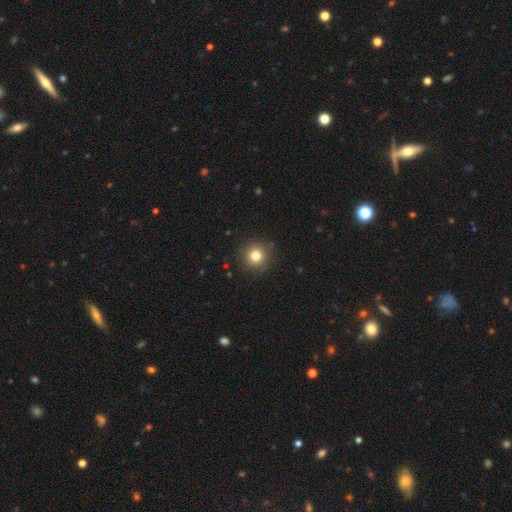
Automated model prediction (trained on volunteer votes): Smooth or featured?
  - smooth: 80% *
  - star or artifact: 12%
  - featured or disk: 8%
How rounded?
  - round: 94% *
  - in between: 5%
  - cigar-shaped: 1%
Merging?
  - none: 89% *
  - minor disturbance: 7%
  - major disturbance: 2%
  - merger: 1%